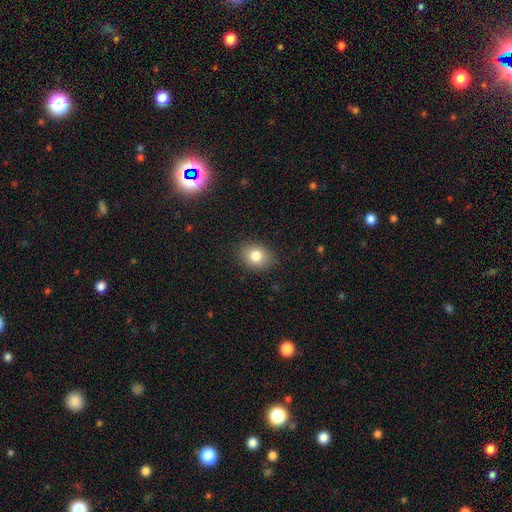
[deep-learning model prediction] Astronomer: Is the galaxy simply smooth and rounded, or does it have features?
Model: smooth — 81%.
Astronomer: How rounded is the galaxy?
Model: in between — 54% (runner-up: round, 45%).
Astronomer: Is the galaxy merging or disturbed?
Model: none — 85%.